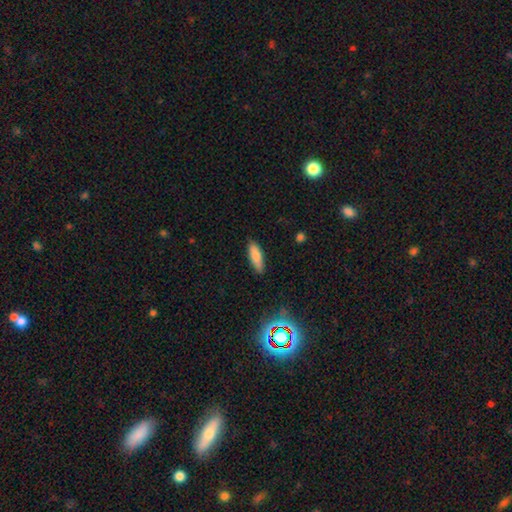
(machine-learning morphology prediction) A smooth galaxy with no disk features (81%) that is in between round and cigar-shaped (51%). Merging: none (86%).